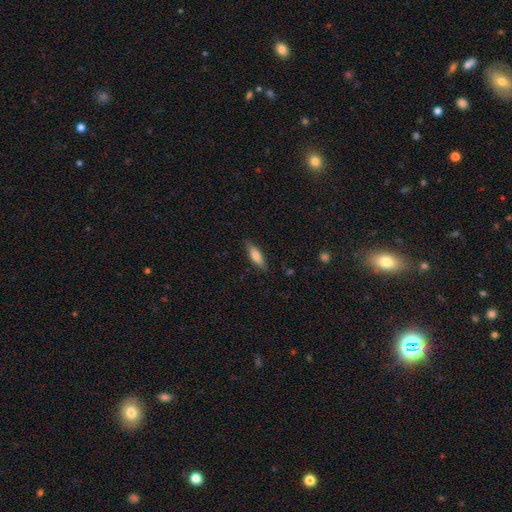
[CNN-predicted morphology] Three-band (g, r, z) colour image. It shows a smooth galaxy with no disk features (72%) that is cigar-shaped (55%). Merging: none (83%).